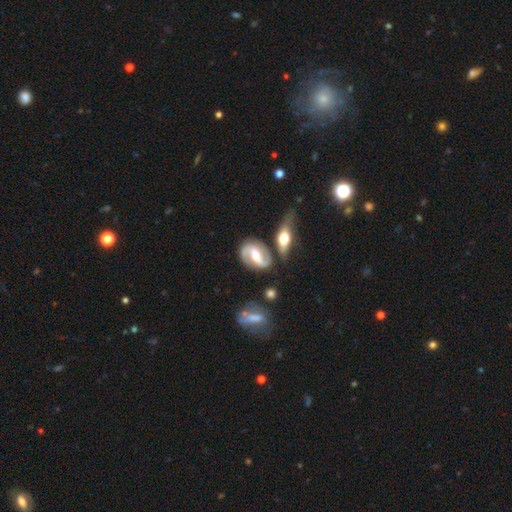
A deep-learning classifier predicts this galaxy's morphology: Overall: featured or disk (81%). Edge-on disk: no (94%). Bar: strong (46%; weak 34%). Spiral arms: yes (91%). Spiral arm count: 2 (91%). Spiral winding: medium (46%; loose 29%). Bulge size: moderate (68%). Merging: none (70%).